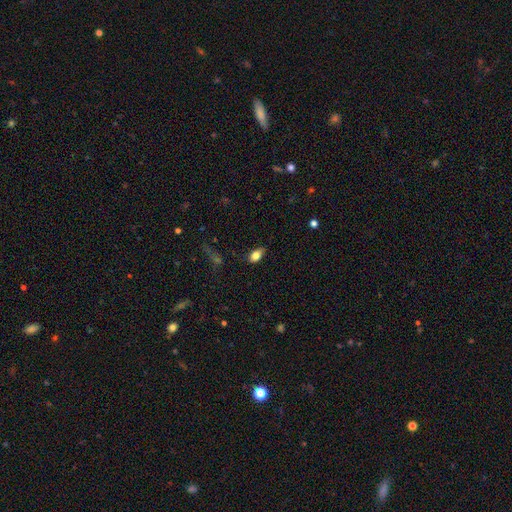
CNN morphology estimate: Smooth or featured?
  - smooth: 79% *
  - featured or disk: 12%
  - star or artifact: 9%
How rounded?
  - in between: 84% *
  - round: 12%
  - cigar-shaped: 4%
Merging?
  - none: 68% *
  - minor disturbance: 23%
  - major disturbance: 7%
  - merger: 2%